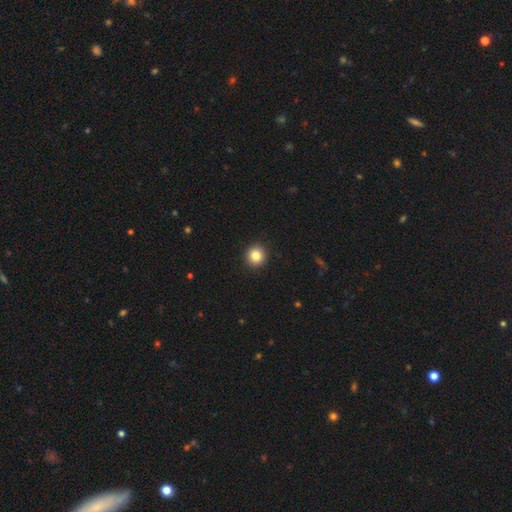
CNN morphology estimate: Smooth or featured?
  - smooth: 84% *
  - star or artifact: 10%
  - featured or disk: 6%
How rounded?
  - round: 92% *
  - in between: 7%
  - cigar-shaped: 1%
Merging?
  - none: 93% *
  - minor disturbance: 4%
  - major disturbance: 2%
  - merger: 1%